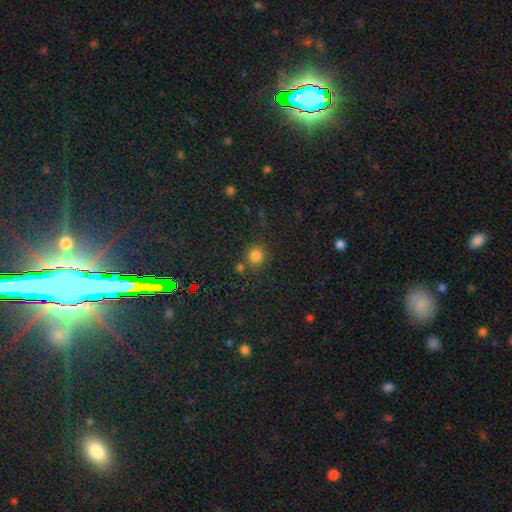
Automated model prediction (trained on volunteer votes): This appears to be a smooth galaxy with no disk features (80%) that is round (89%). Merging: none (76%).